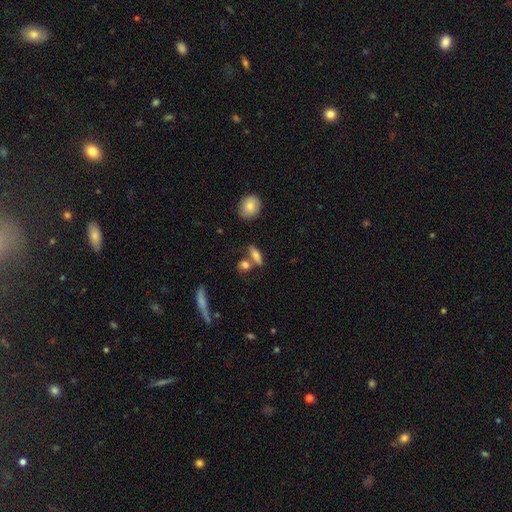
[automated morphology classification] Smooth or featured?
  - smooth: 73% *
  - featured or disk: 19%
  - star or artifact: 9%
How rounded?
  - in between: 55% *
  - cigar-shaped: 38%
  - round: 7%
Merging?
  - none: 59% *
  - merger: 24%
  - minor disturbance: 13%
  - major disturbance: 5%